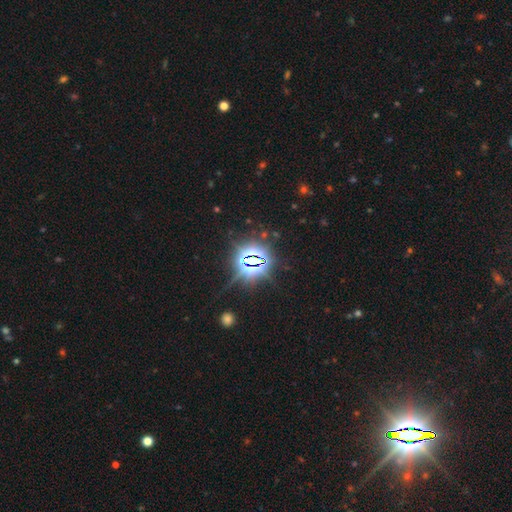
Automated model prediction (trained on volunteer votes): Overall: star or artifact (82%).